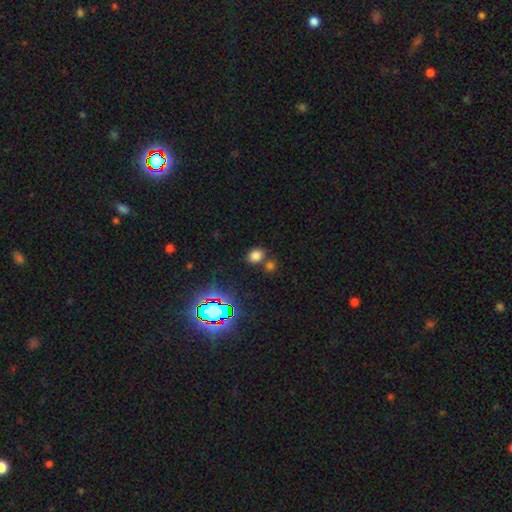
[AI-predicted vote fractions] A smooth galaxy with no disk features (73%) that is round (55%). Merging: none (70%).